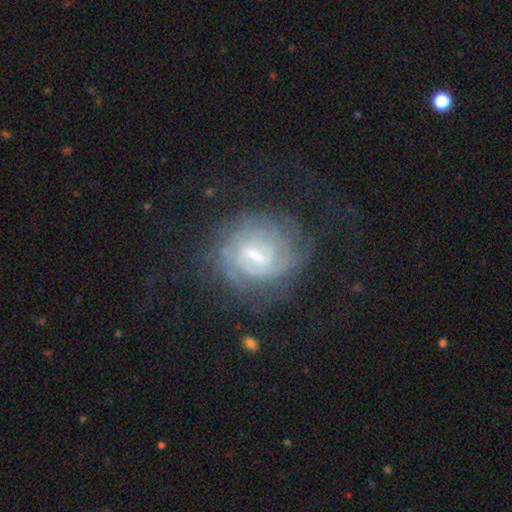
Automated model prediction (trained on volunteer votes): Morphology: type=featured or disk (77%); edge-on=no (96%); bar=weak (54%); spiral arms=yes (91%); winding=tight (70%); arm count=can't tell (47%); bulge=small (51%); merging=none (68%).